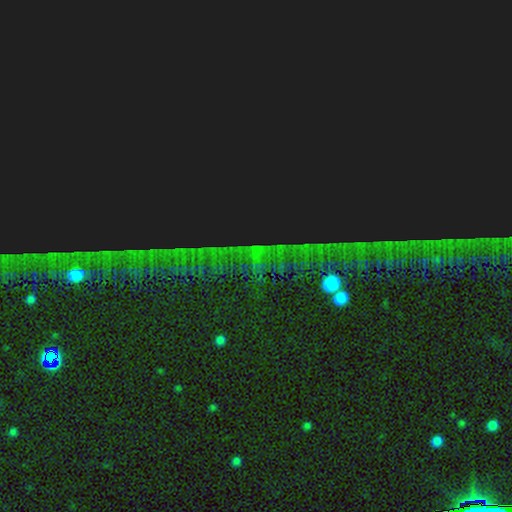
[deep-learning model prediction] Overall: star or artifact (87%).